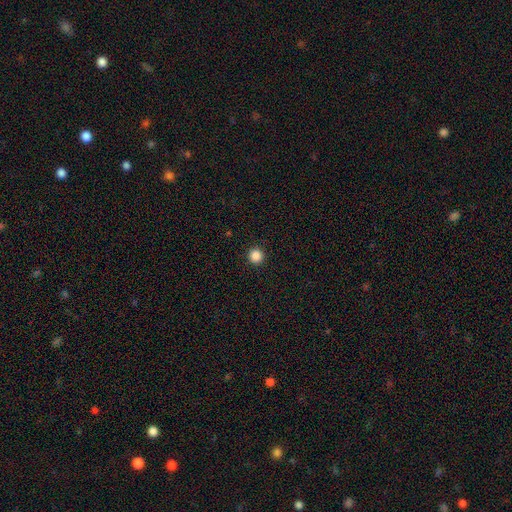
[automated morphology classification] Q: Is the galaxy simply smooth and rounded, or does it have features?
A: smooth — 87%.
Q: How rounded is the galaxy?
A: round — 96%.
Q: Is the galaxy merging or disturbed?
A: none — 93%.